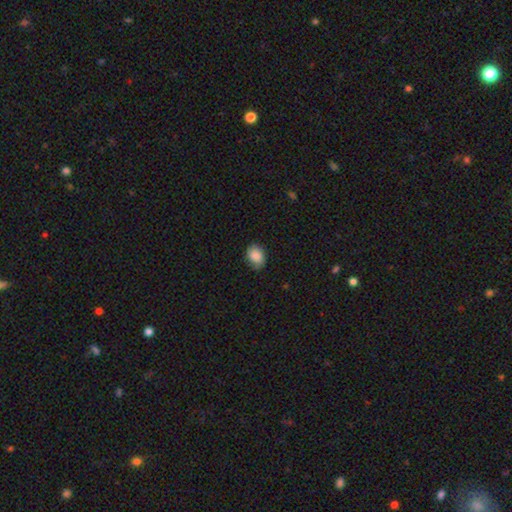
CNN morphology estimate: Smooth or featured: smooth — 85% (featured or disk — 8%)
How rounded: in between — 62% (round — 37%)
Merging: none — 74% (minor disturbance — 21%)